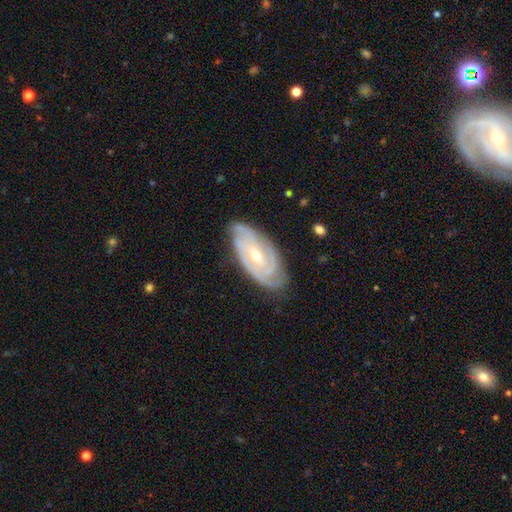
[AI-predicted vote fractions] This is clearly a featured or disk galaxy (89%). It is clearly not viewed edge-on (95%). Bar: marginally weak (43%, tied with no). Spiral arm pattern: clearly yes (98%). Spiral arm count: marginally 3 (39%). Spiral winding: likely tight (72%). Central bulge: possibly moderate (50%). Merging: likely none (79%).